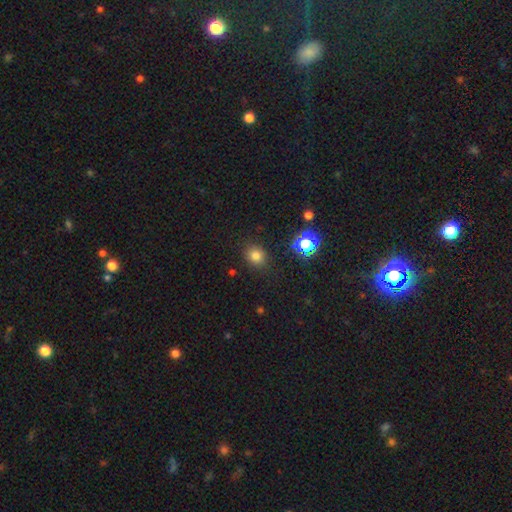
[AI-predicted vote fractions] This is likely a smooth galaxy (77%). How rounded: likely round (71%). Merging: clearly none (86%).